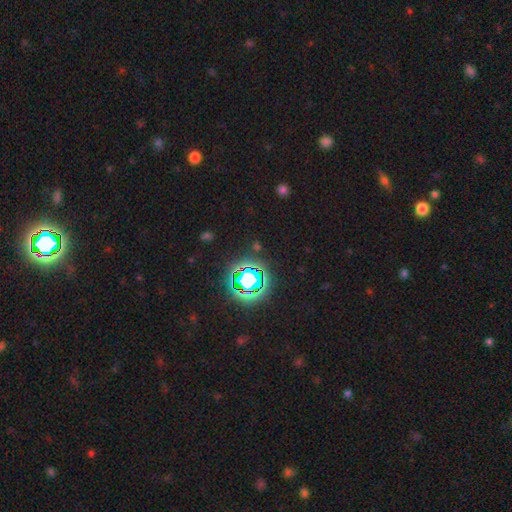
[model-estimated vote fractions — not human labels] This appears to be a star or artifact, not a galaxy (81%).